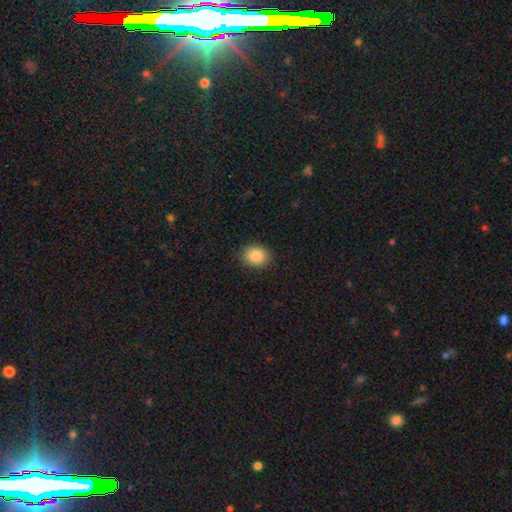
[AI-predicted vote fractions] smooth_or_featured: smooth (p=0.86) [alt: star or artifact p=0.09]
how_rounded: round (p=0.51) [alt: in between p=0.48]
merging: none (p=0.87) [alt: minor disturbance p=0.10]